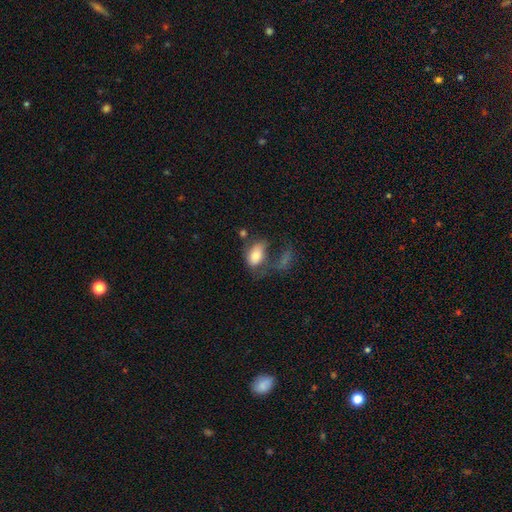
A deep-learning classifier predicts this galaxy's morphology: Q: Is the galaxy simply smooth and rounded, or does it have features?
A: smooth — 74%.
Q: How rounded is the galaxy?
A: in between — 91%.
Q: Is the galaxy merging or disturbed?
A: major disturbance — 38%.